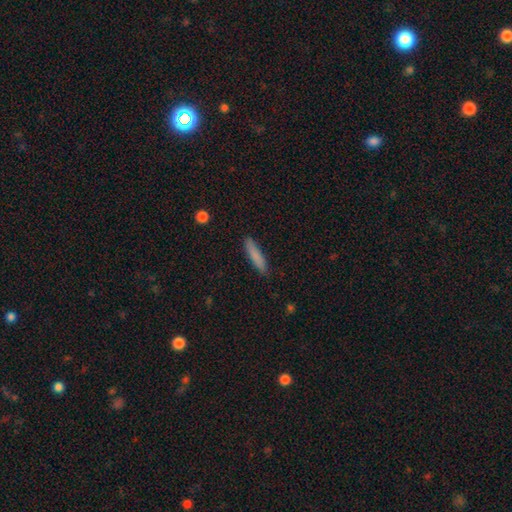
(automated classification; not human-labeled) Smooth or featured? Predicted: smooth (p=0.82). How rounded? Predicted: cigar-shaped (p=0.85). Merging? Predicted: none (p=0.86).